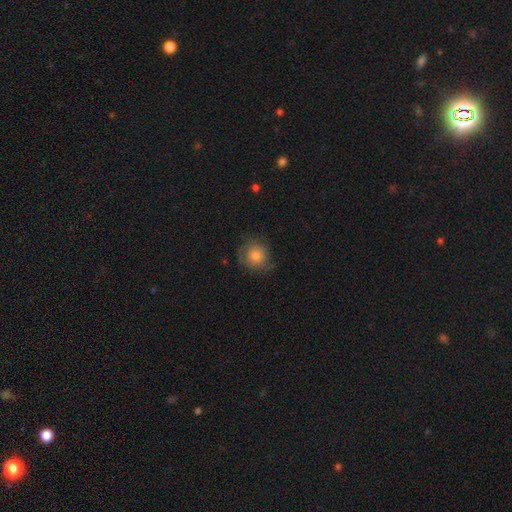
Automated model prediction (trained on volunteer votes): Overall: smooth (67%). How rounded: round (82%). Merging: none (63%; minor disturbance 25%).